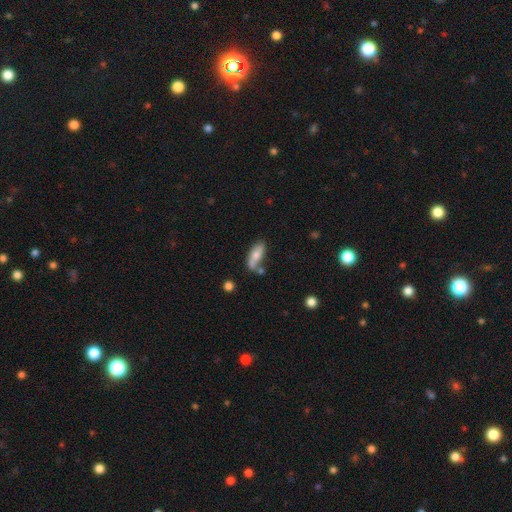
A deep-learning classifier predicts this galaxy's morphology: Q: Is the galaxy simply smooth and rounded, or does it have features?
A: smooth — 65%.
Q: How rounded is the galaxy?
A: in between — 72%.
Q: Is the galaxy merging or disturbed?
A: none — 50%.